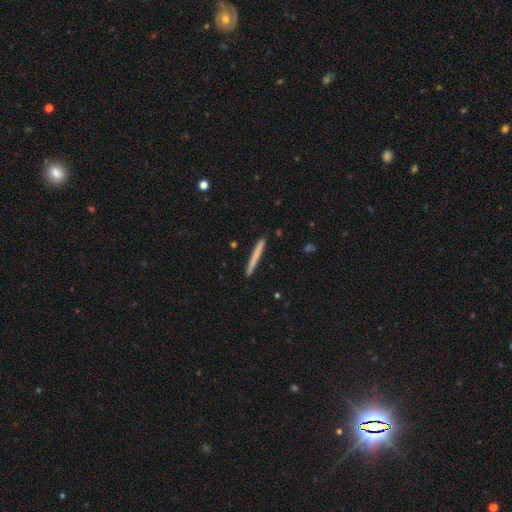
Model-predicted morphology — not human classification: Smooth or featured? Predicted: smooth (p=0.68). How rounded? Predicted: cigar-shaped (p=0.97). Merging? Predicted: none (p=0.91).